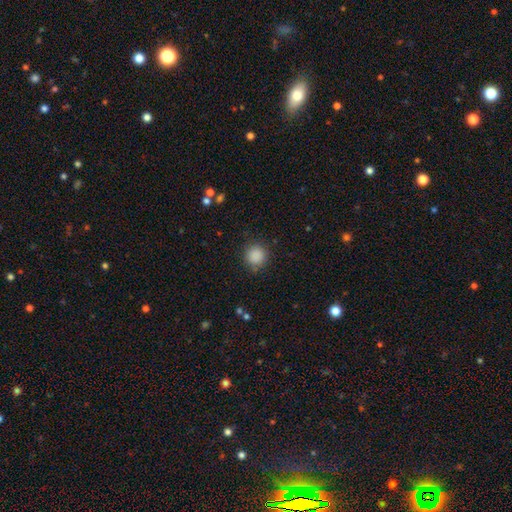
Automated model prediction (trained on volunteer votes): The model was most divided on "merging": none: 86%, minor disturbance: 9%, major disturbance: 3%, merger: 1%. More confident: how rounded — round (92%); smooth or featured — smooth (87%).